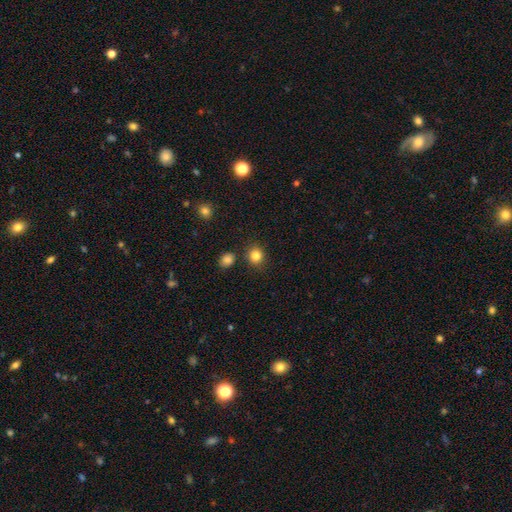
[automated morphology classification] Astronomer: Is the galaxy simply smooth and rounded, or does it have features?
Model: smooth — 84%.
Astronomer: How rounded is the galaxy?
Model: round — 84%.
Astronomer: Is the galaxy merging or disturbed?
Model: none — 85%.